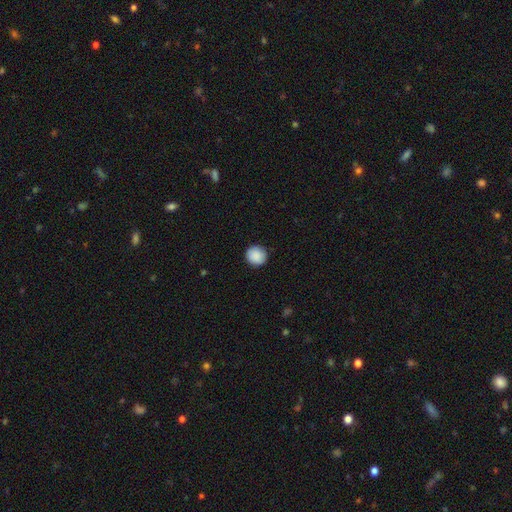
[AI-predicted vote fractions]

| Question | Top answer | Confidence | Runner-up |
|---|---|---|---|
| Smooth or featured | smooth | 89% | star or artifact (7%) |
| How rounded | round | 93% | in between (6%) |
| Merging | none | 90% | minor disturbance (7%) |